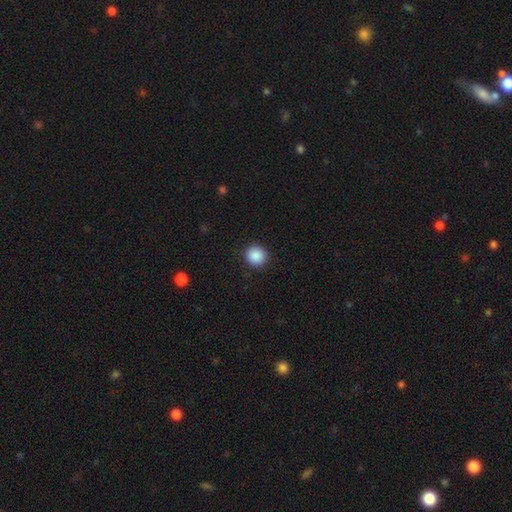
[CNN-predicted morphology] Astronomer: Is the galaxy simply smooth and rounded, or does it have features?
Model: smooth — 89%.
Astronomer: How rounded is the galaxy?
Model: round — 92%.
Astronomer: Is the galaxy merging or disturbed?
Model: none — 91%.